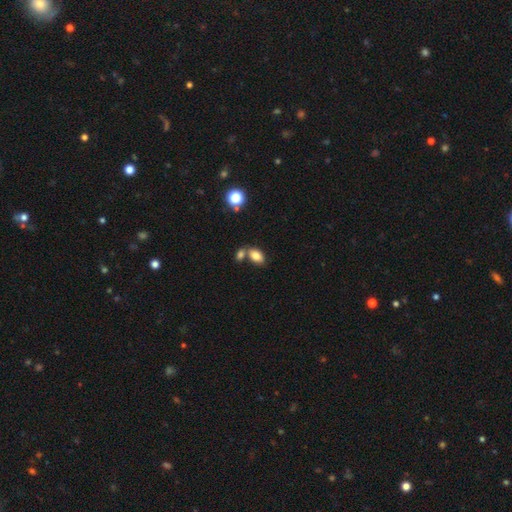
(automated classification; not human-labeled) This appears to be a smooth galaxy with no disk features (82%) that is in between round and cigar-shaped (88%). Merging: none (52%).